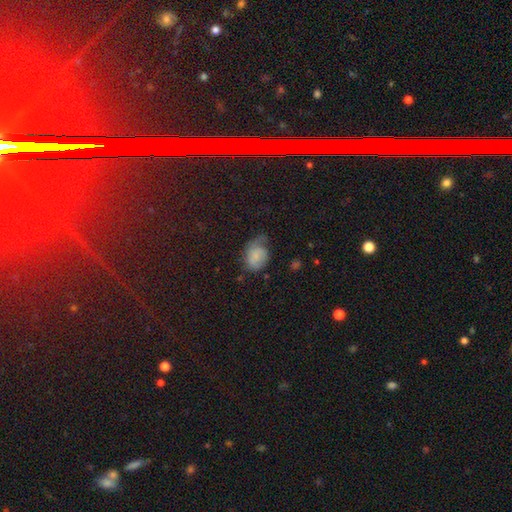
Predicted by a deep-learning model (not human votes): Smooth or featured?
  - smooth: 64% *
  - featured or disk: 25%
  - star or artifact: 11%
How rounded?
  - in between: 65% *
  - round: 34%
  - cigar-shaped: 1%
Merging?
  - minor disturbance: 37% *
  - none: 33%
  - major disturbance: 28%
  - merger: 3%